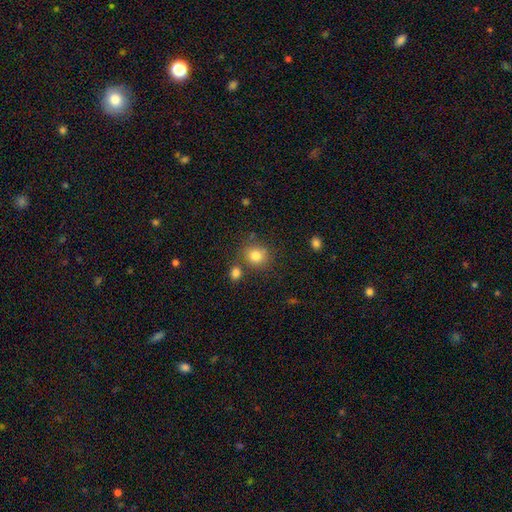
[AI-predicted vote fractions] A smooth galaxy with no disk features (81%) that is round (82%).

Vote fractions:
- Smooth or featured? smooth: 81% / star or artifact: 11% / featured or disk: 8%
- How rounded? round: 82% / in between: 17% / cigar-shaped: 1%
- Merging? none: 70% / merger: 14% / minor disturbance: 12% / major disturbance: 4%